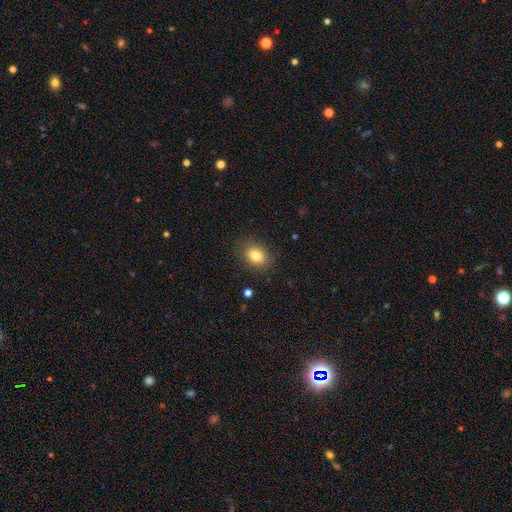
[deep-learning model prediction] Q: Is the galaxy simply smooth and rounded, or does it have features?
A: smooth — 82%.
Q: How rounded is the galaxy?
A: in between — 64%.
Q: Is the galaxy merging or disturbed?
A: none — 85%.